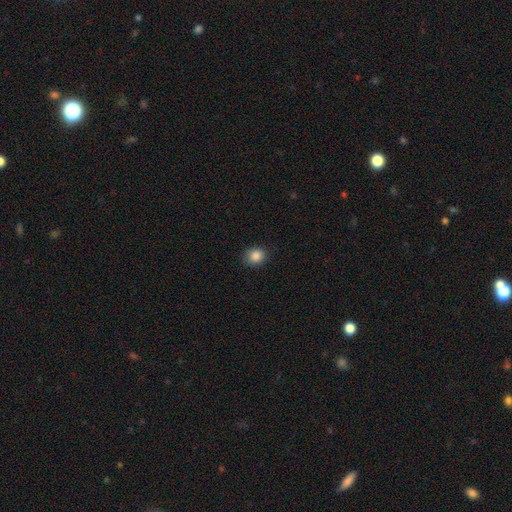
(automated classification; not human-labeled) A smooth galaxy with no disk features (86%) that is round (66%).

Vote fractions:
- Smooth or featured? smooth: 86% / star or artifact: 10% / featured or disk: 4%
- How rounded? round: 66% / in between: 33% / cigar-shaped: 1%
- Merging? none: 84% / minor disturbance: 13% / major disturbance: 3% / merger: 1%